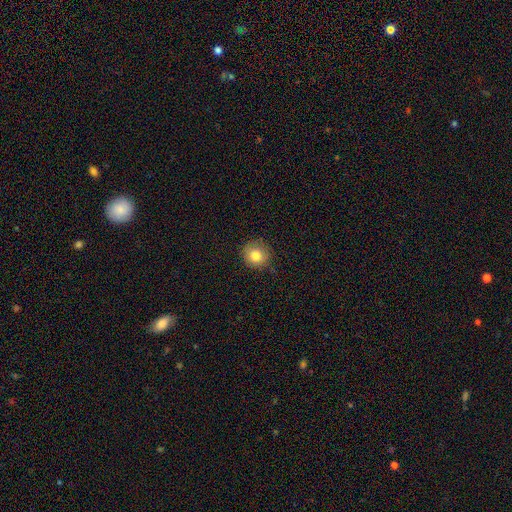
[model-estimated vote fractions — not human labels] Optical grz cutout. It shows a smooth galaxy with no disk features (81%) that is round (91%). Merging: none (84%).